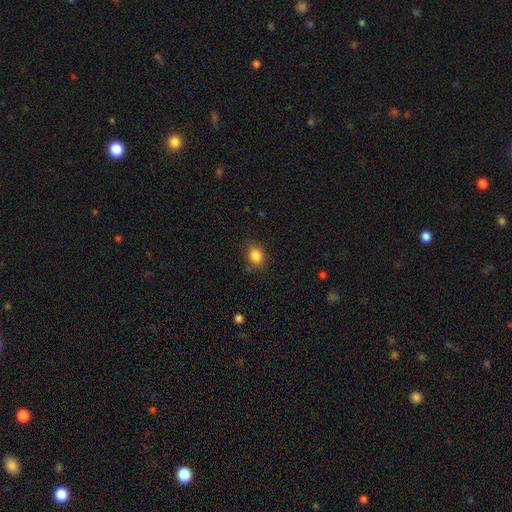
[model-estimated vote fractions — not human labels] Smooth or featured: smooth — 85% (star or artifact — 10%)
How rounded: round — 51% (in between — 48%)
Merging: none — 81% (minor disturbance — 12%)